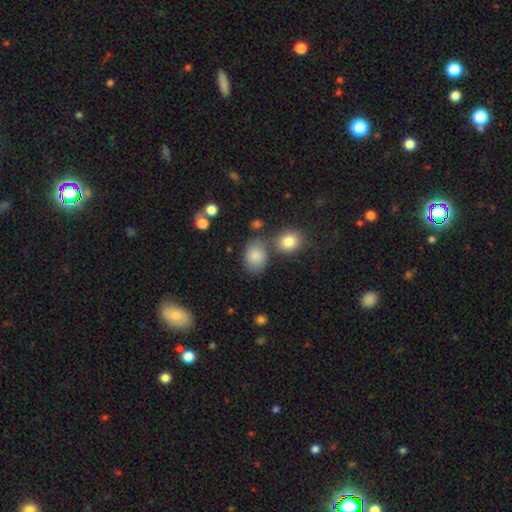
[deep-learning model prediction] Smooth or featured?
  - smooth: 83% *
  - star or artifact: 10%
  - featured or disk: 8%
How rounded?
  - in between: 66% *
  - round: 32%
  - cigar-shaped: 1%
Merging?
  - none: 63% *
  - minor disturbance: 17%
  - merger: 15%
  - major disturbance: 6%